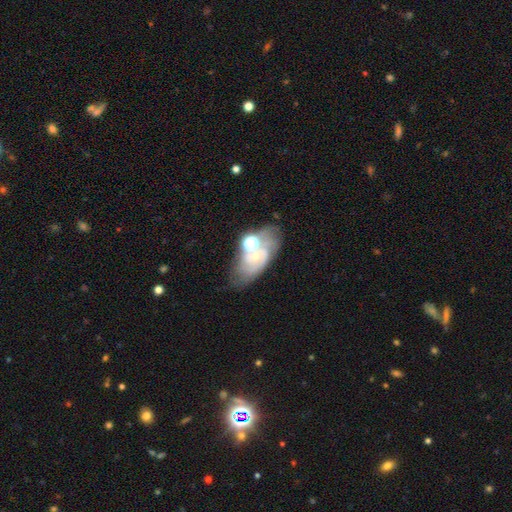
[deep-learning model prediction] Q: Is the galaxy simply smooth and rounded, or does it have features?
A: featured or disk — 58%.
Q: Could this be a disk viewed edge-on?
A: no — 94%.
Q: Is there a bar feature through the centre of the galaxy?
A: no — 72%.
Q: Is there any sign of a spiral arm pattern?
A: yes — 71%.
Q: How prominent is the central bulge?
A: small — 58%.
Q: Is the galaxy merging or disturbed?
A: none — 46%.